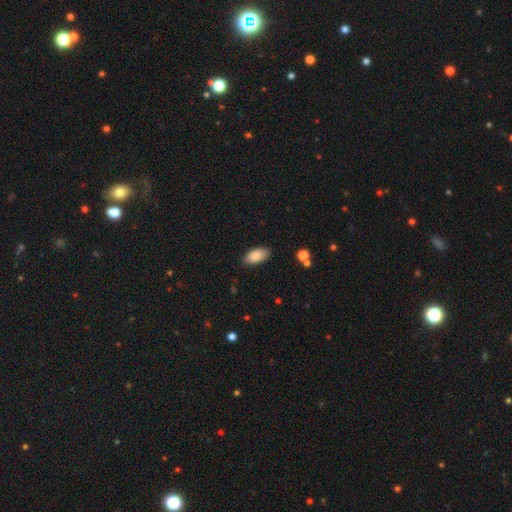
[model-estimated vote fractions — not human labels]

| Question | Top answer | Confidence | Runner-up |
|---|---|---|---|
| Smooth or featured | smooth | 88% | star or artifact (7%) |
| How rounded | in between | 93% | cigar-shaped (5%) |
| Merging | none | 85% | minor disturbance (12%) |